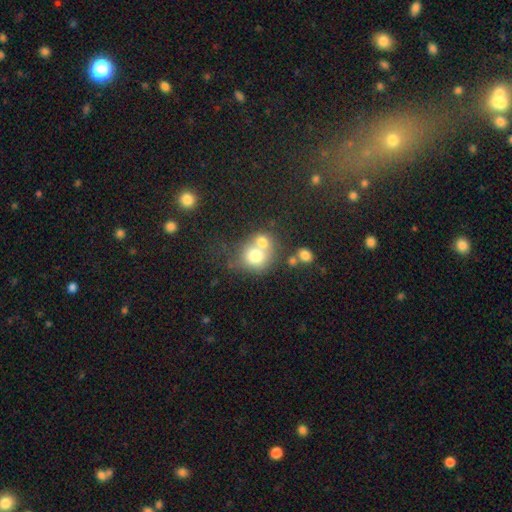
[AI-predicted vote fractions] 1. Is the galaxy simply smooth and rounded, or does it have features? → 70% smooth, 19% featured or disk, 11% star or artifact.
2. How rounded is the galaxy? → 75% round, 24% in between, 1% cigar-shaped.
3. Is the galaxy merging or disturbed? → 59% merger, 29% none, 8% minor disturbance, 5% major disturbance.